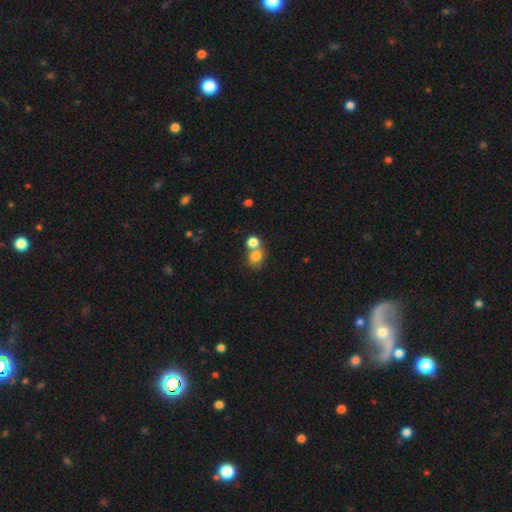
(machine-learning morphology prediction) This is likely a smooth galaxy (79%). How rounded: likely round (64%). Merging: possibly merger (51%).